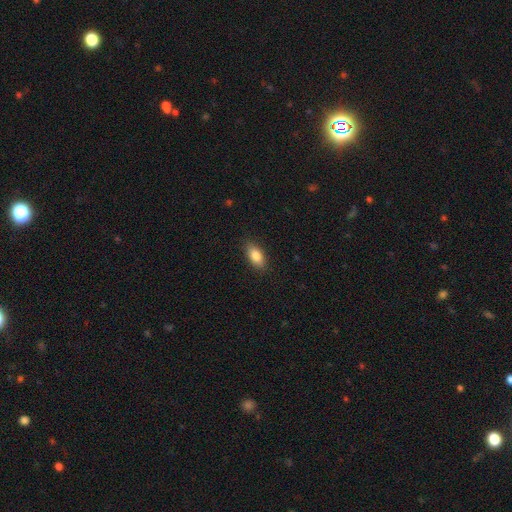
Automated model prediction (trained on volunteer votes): The model was most divided on "smooth or featured": smooth: 85%, featured or disk: 8%, star or artifact: 7%. More confident: how rounded — in between (88%); merging — none (88%).